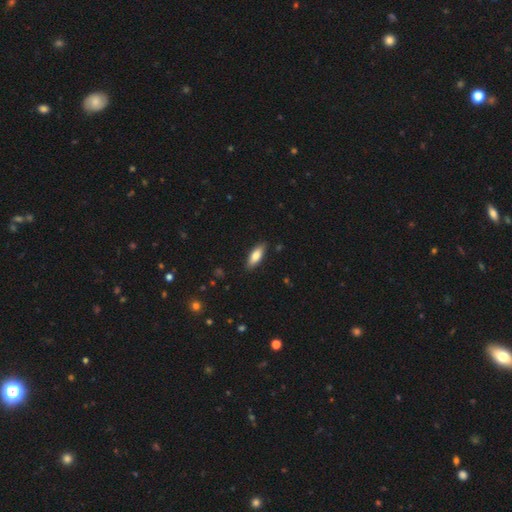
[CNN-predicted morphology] This appears to be a smooth galaxy with no disk features (75%) that is in between round and cigar-shaped (63%). Merging: none (87%).